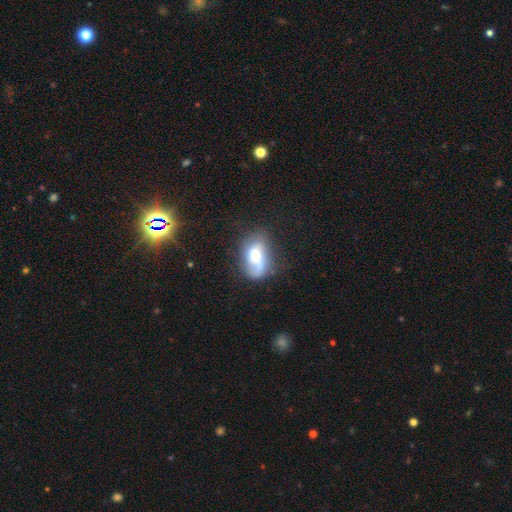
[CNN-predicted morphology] smooth_or_featured: featured or disk (p=0.49) [alt: smooth p=0.43]
merging: none (p=0.51) [alt: minor disturbance p=0.27]